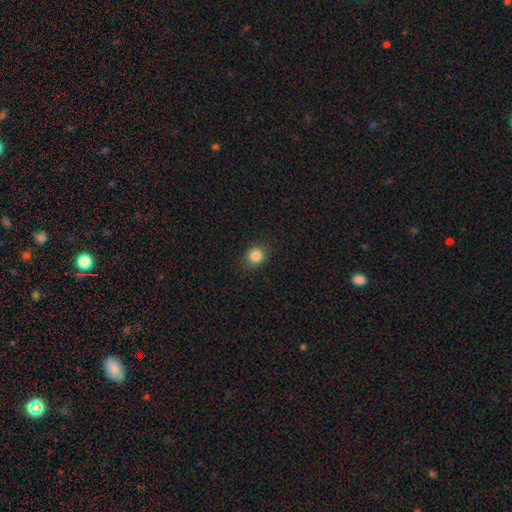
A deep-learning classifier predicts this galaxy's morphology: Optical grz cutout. It shows a smooth galaxy with no disk features (85%) that is round (80%). Merging: none (89%).